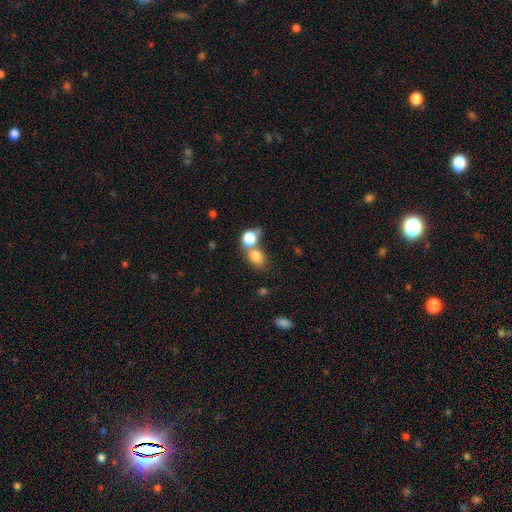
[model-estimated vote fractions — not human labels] Smooth or featured? smooth (79%)
How rounded? in between (52%)
Merging? merger (50%)